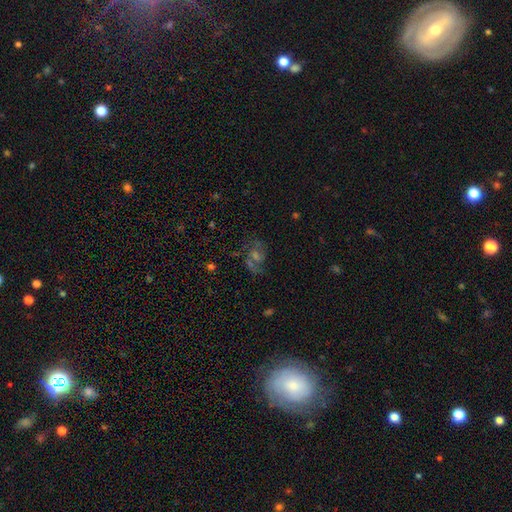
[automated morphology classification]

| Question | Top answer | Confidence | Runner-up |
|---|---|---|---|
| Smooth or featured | featured or disk | 55% | star or artifact (26%) |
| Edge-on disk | no | 96% | yes (4%) |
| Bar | no | 58% | weak (34%) |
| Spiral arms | yes | 78% | no (22%) |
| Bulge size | moderate | 40% | small (37%) |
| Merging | none | 62% | minor disturbance (16%) |